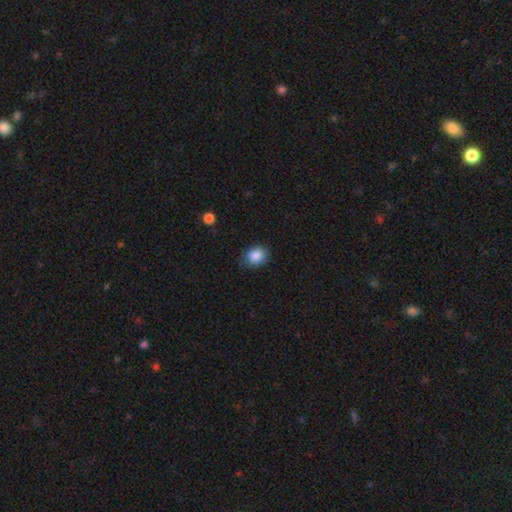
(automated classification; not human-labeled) A smooth galaxy with no disk features (86%) that is round (60%).

Vote fractions:
- Smooth or featured? smooth: 86% / star or artifact: 9% / featured or disk: 5%
- How rounded? round: 60% / in between: 39% / cigar-shaped: 1%
- Merging? none: 73% / minor disturbance: 21% / major disturbance: 4% / merger: 1%